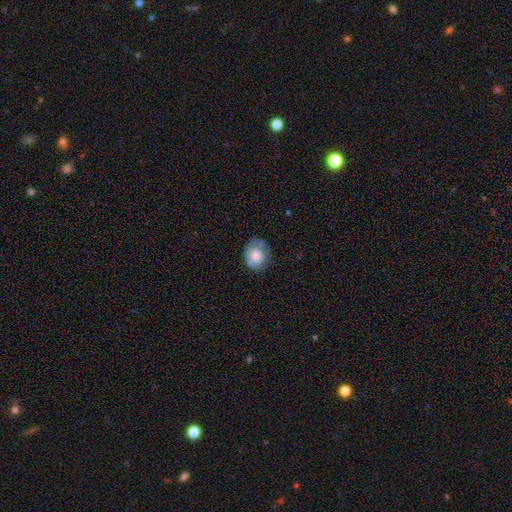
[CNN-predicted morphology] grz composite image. It shows a smooth galaxy with no disk features (75%) that is round (53%). Merging: none (64%).